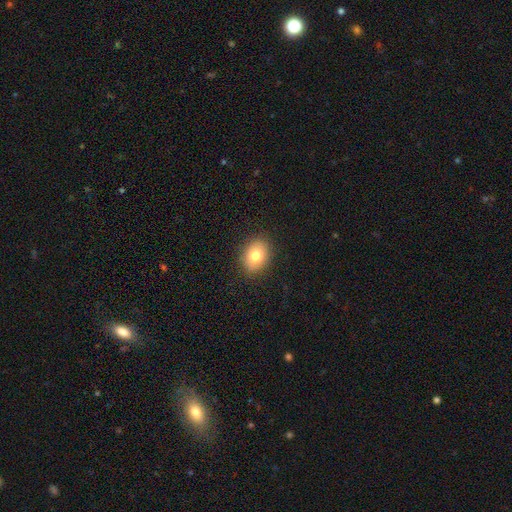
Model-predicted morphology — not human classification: The model was most divided on "how rounded": in between: 67%, round: 32%, cigar-shaped: 1%. More confident: merging — none (87%); smooth or featured — smooth (80%).